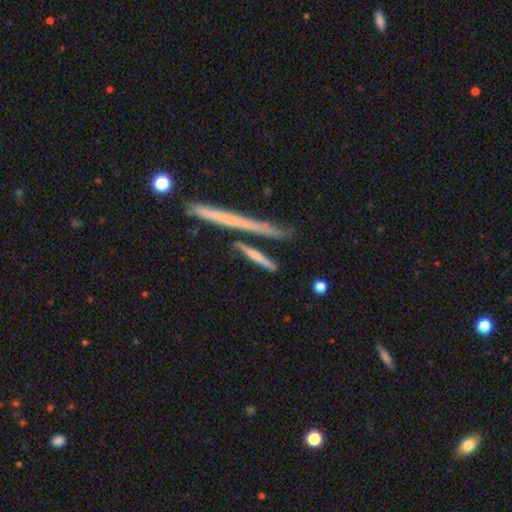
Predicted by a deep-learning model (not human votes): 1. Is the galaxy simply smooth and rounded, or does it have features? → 55% smooth, 37% featured or disk, 8% star or artifact.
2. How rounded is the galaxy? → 88% cigar-shaped, 8% in between, 4% round.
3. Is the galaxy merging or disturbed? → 72% none, 13% minor disturbance, 10% merger, 4% major disturbance.